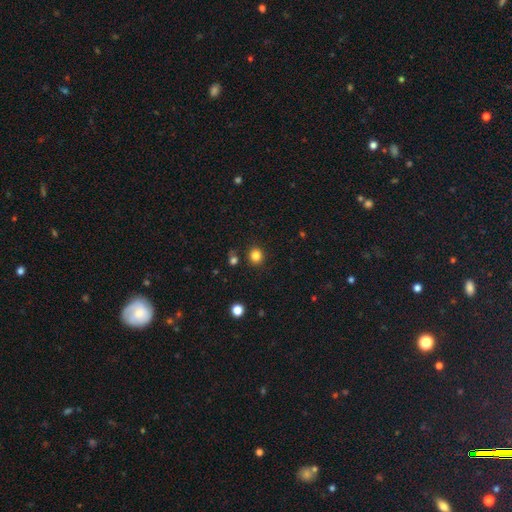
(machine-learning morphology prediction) Smooth or featured: smooth — 83% (star or artifact — 12%)
How rounded: round — 87% (in between — 12%)
Merging: none — 87% (minor disturbance — 7%)